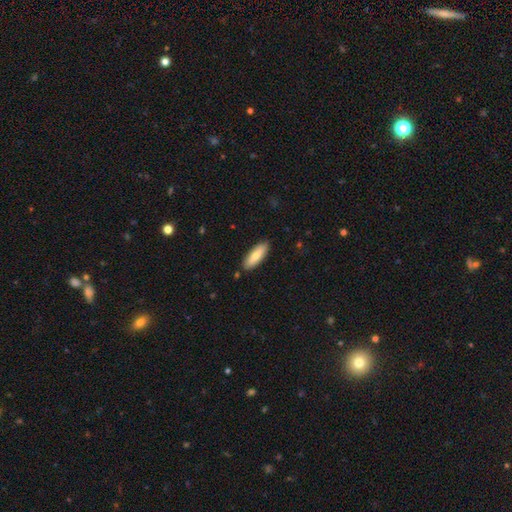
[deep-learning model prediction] A smooth galaxy with no disk features (75%) that is in between round and cigar-shaped (62%). Merging: none (88%).